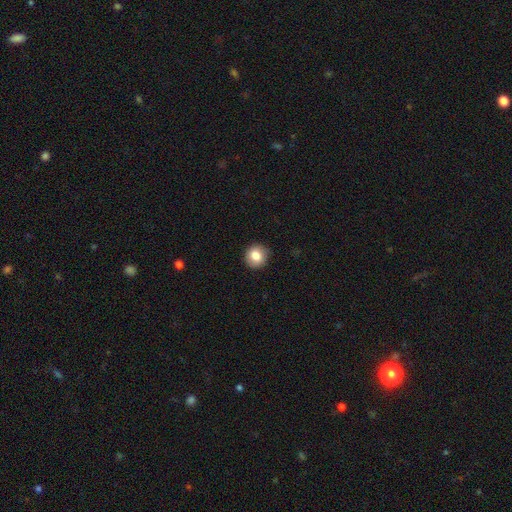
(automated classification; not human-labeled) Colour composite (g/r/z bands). It shows a smooth galaxy with no disk features (84%) that is round (90%). Merging: none (90%).